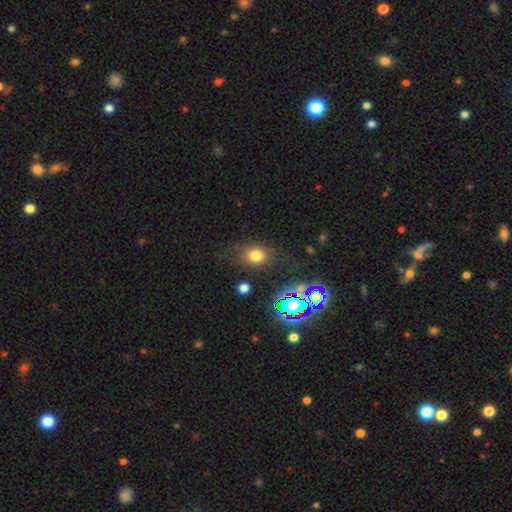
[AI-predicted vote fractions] The model was most divided on "how rounded": round: 52%, in between: 46%, cigar-shaped: 1%. More confident: merging — none (76%); smooth or featured — smooth (74%).